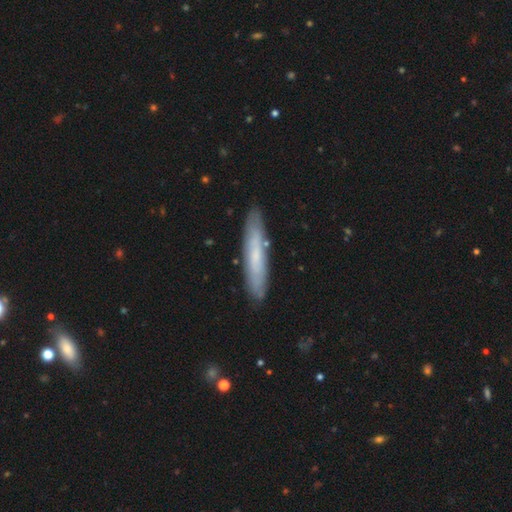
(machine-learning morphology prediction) Smooth or featured? smooth (52%)
How rounded? cigar-shaped (88%)
Merging? none (85%)